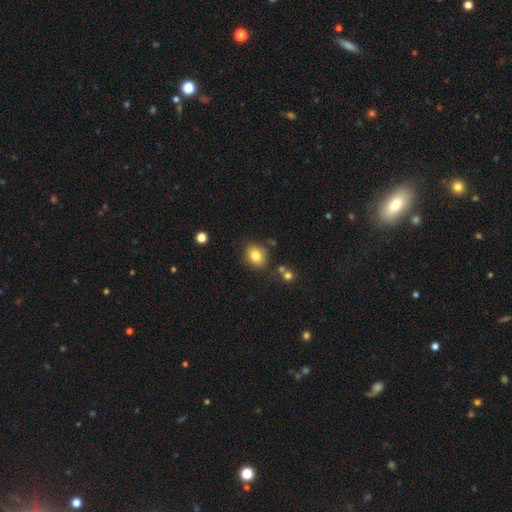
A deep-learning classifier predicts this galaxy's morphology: Smooth or featured? smooth (80%)
How rounded? in between (50%)
Merging? none (76%)